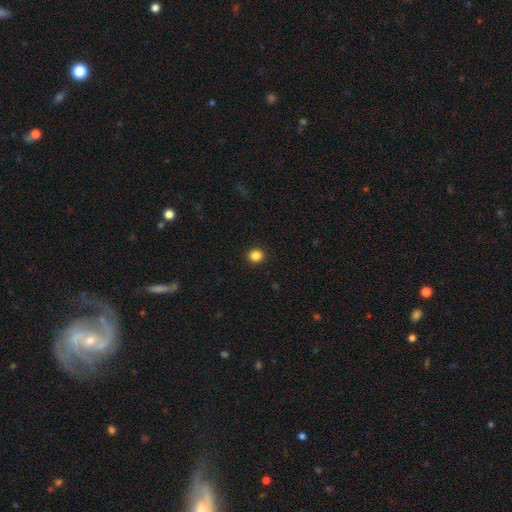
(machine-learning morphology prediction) This is clearly a smooth galaxy (85%). How rounded: clearly round (89%). Merging: clearly none (93%).